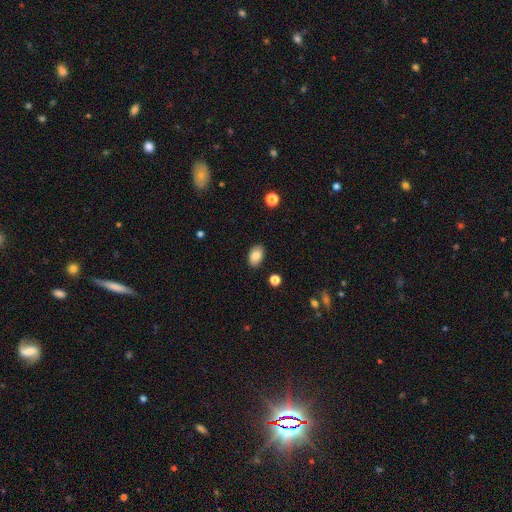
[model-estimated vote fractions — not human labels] The model was most divided on "smooth or featured": smooth: 85%, star or artifact: 8%, featured or disk: 7%. More confident: how rounded — in between (89%); merging — none (88%).